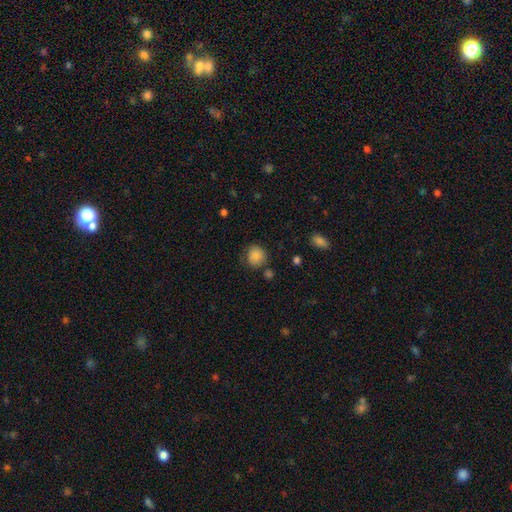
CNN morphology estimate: smooth_or_featured: smooth (p=0.86) [alt: star or artifact p=0.09]
how_rounded: round (p=0.83) [alt: in between p=0.16]
merging: none (p=0.74) [alt: minor disturbance p=0.16]